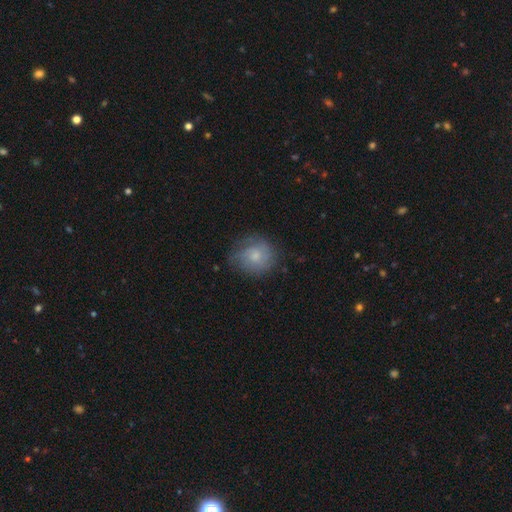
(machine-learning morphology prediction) smooth 47%, featured or disk 45%, star or artifact 8%. Down the decision tree: merging — none (67%).